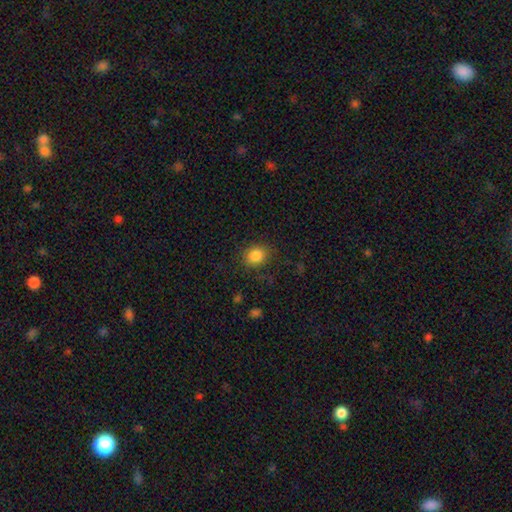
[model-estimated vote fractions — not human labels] The model was most divided on "how rounded": round: 65%, in between: 34%, cigar-shaped: 1%. More confident: smooth or featured — smooth (85%); merging — none (84%).